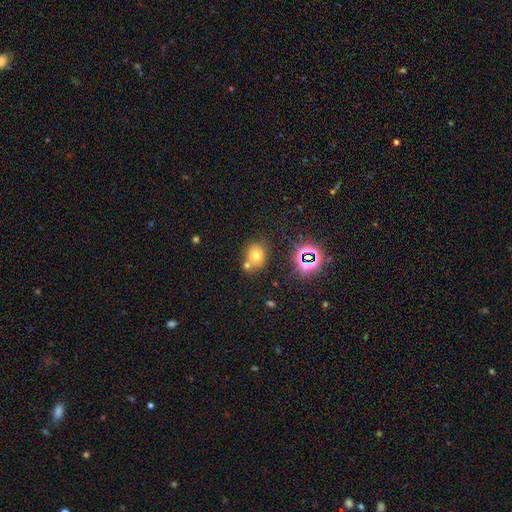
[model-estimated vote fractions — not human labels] A smooth galaxy with no disk features (65%) that is round (69%).

Vote fractions:
- Smooth or featured? smooth: 65% / star or artifact: 22% / featured or disk: 13%
- How rounded? round: 69% / in between: 30% / cigar-shaped: 1%
- Merging? none: 61% / merger: 23% / minor disturbance: 12% / major disturbance: 4%